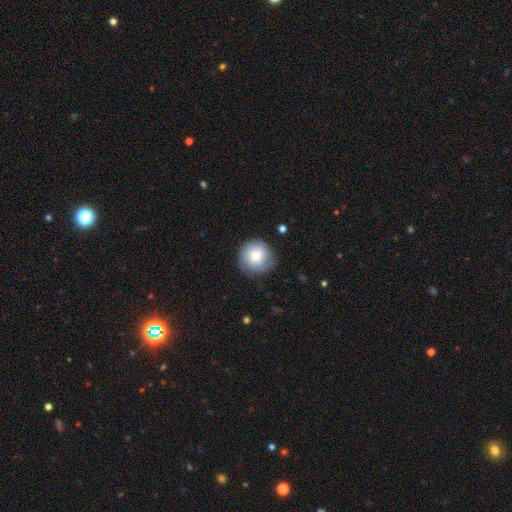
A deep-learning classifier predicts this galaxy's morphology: This is likely a smooth galaxy (76%). How rounded: clearly round (93%). Merging: clearly none (82%).